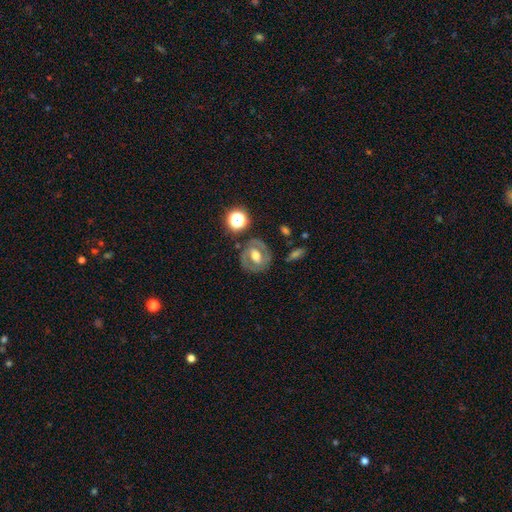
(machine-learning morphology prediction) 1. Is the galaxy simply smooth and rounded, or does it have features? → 65% featured or disk, 28% smooth, 8% star or artifact.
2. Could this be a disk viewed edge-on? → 95% no, 5% yes.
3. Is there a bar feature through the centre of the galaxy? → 40% weak, 34% no, 26% strong.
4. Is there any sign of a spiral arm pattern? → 57% yes, 43% no.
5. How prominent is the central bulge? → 63% moderate, 23% large, 11% small, 2% dominant, 2% none.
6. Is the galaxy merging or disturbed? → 77% none, 14% minor disturbance, 6% major disturbance, 3% merger.